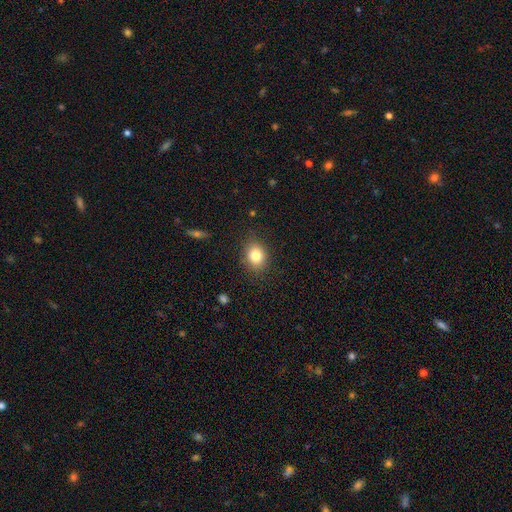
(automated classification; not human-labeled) A smooth galaxy with no disk features (82%) that is round (51%). Merging: none (85%).